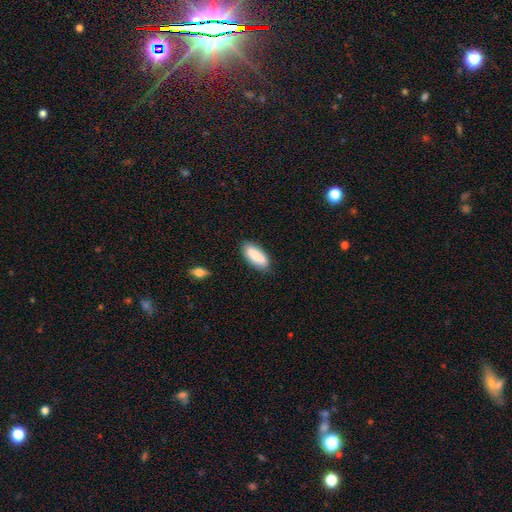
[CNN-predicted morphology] smooth 81%, featured or disk 13%, star or artifact 6%. Down the decision tree: how rounded — in between (86%); merging — none (82%).